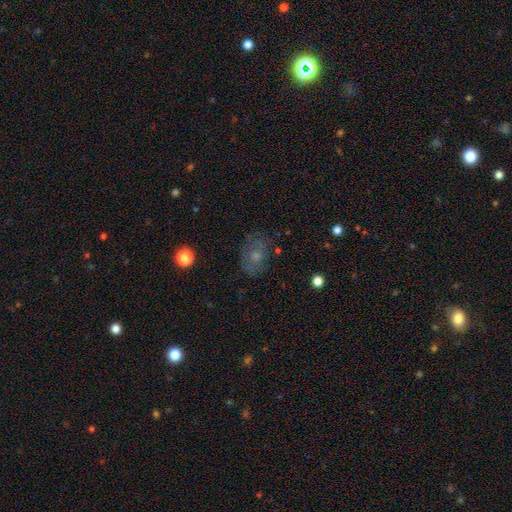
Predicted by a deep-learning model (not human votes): The model was most divided on "smooth or featured": smooth: 51%, featured or disk: 34%, star or artifact: 15%. More confident: merging — none (71%); how rounded — in between (70%).